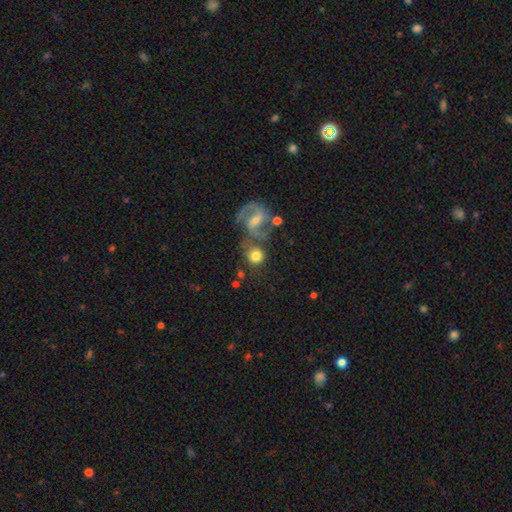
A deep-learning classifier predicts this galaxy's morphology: smooth_or_featured: smooth (p=0.63) [alt: featured or disk p=0.28]
how_rounded: round (p=0.88) [alt: in between p=0.10]
merging: none (p=0.59) [alt: merger p=0.21]